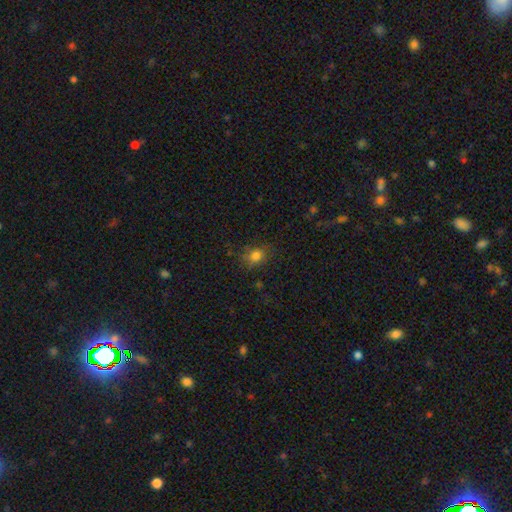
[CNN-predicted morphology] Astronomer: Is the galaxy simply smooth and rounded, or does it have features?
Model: smooth — 75%.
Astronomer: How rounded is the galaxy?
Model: round — 51% (runner-up: in between, 47%).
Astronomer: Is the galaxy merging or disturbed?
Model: none — 72%.